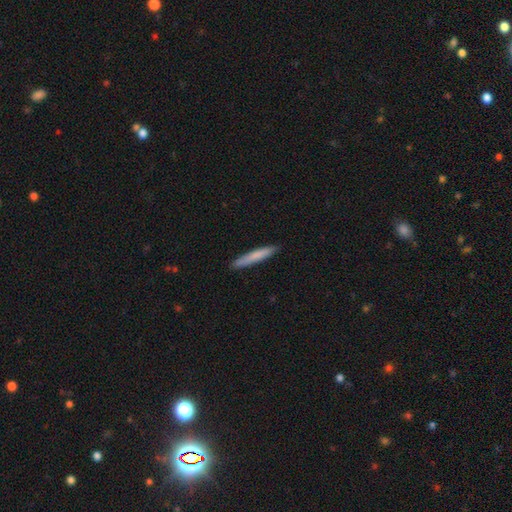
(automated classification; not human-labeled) A smooth galaxy with no disk features (75%) that is cigar-shaped (95%).

Vote fractions:
- Smooth or featured? smooth: 75% / featured or disk: 20% / star or artifact: 6%
- How rounded? cigar-shaped: 95% / in between: 4% / round: 1%
- Merging? none: 90% / minor disturbance: 7% / major disturbance: 1% / merger: 1%